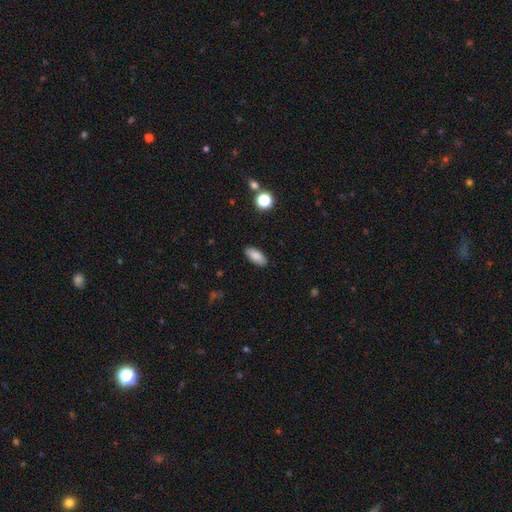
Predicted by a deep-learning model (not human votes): This appears to be a smooth galaxy with no disk features (87%) that is in between round and cigar-shaped (86%). Merging: none (89%).